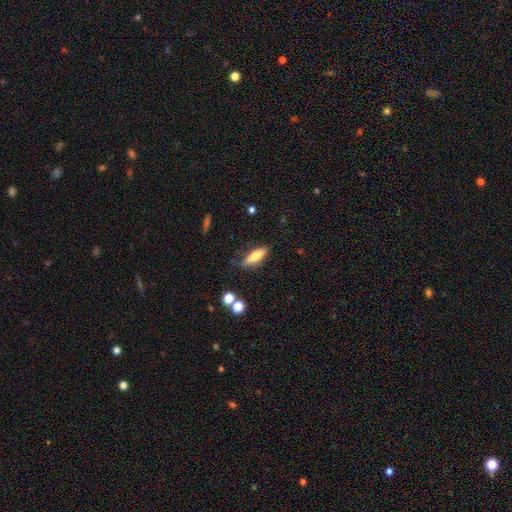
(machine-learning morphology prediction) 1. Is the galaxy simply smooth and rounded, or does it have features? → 70% smooth, 23% featured or disk, 7% star or artifact.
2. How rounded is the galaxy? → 58% in between, 40% cigar-shaped, 2% round.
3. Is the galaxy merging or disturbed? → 70% none, 21% minor disturbance, 6% major disturbance, 3% merger.